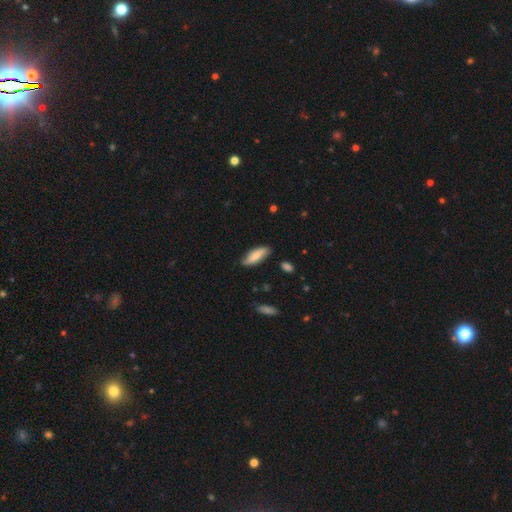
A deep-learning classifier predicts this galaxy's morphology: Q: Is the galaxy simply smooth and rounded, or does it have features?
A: smooth — 69%.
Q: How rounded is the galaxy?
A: in between — 67%.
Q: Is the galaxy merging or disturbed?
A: none — 78%.